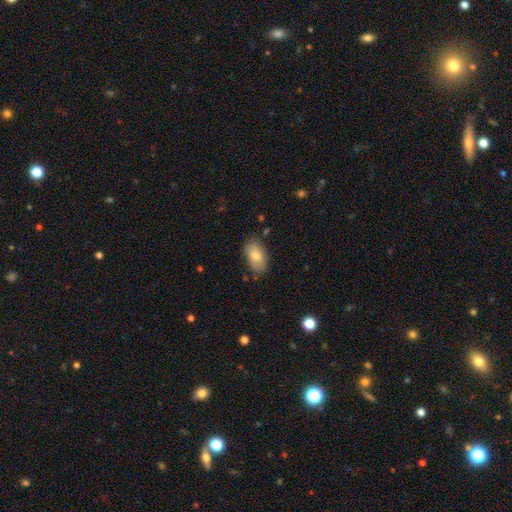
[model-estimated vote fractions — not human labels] smooth 78%, featured or disk 15%, star or artifact 7%. Down the decision tree: how rounded — in between (93%); merging — none (79%).